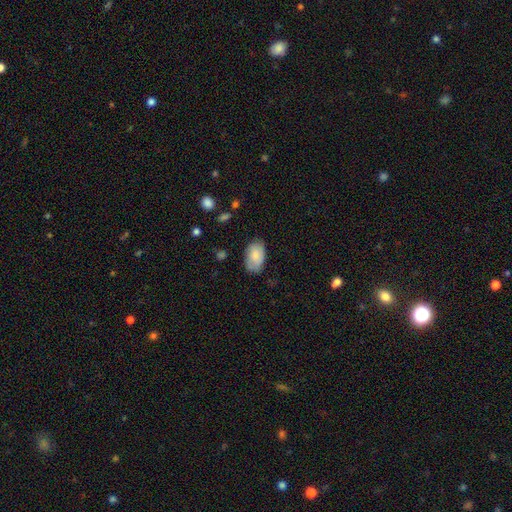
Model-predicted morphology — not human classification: type=smooth (83%); roundness=in between (92%); merging=none (73%).